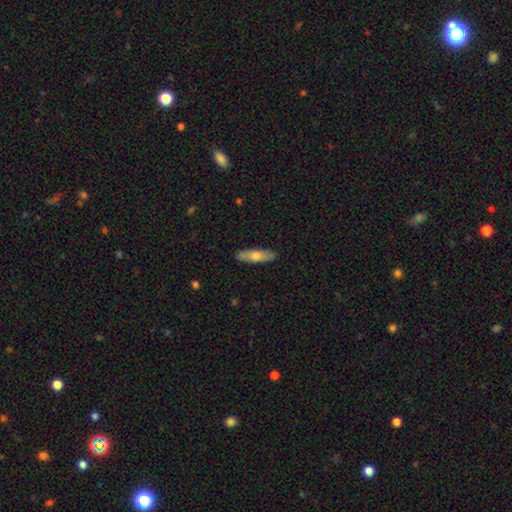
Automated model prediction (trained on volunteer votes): The model was most divided on "smooth or featured": smooth: 65%, featured or disk: 30%, star or artifact: 6%. More confident: merging — none (89%); how rounded — cigar-shaped (70%).